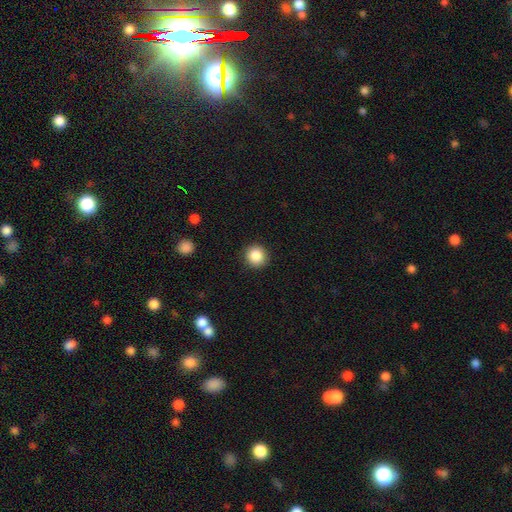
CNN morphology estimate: Smooth or featured: smooth — 86% (star or artifact — 9%)
How rounded: round — 93% (in between — 6%)
Merging: none — 92% (minor disturbance — 5%)